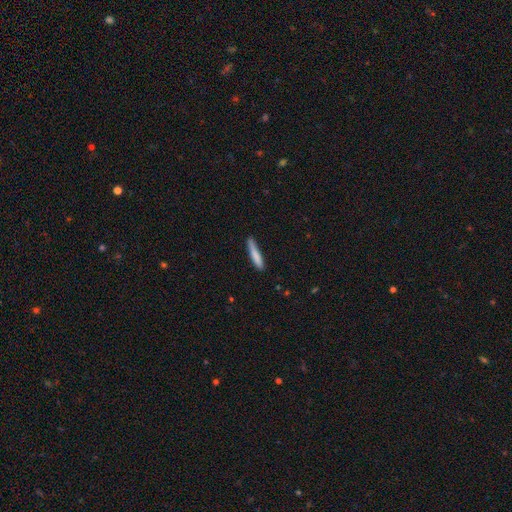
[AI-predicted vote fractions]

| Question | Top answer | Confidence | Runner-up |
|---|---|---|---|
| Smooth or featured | smooth | 81% | featured or disk (14%) |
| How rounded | cigar-shaped | 92% | in between (7%) |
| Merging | none | 80% | minor disturbance (16%) |